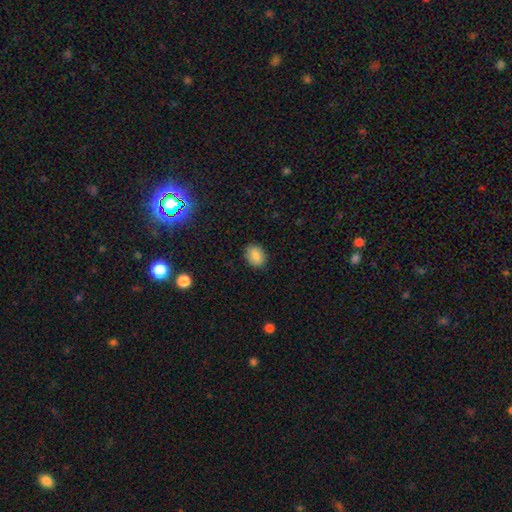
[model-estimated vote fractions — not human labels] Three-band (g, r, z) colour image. It shows a smooth galaxy with no disk features (85%) that is in between round and cigar-shaped (65%). Merging: none (87%).